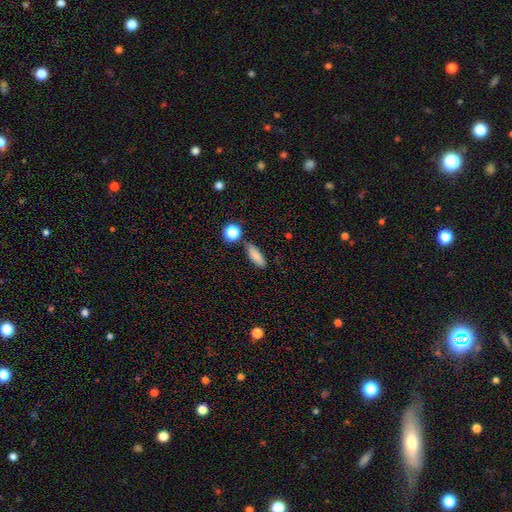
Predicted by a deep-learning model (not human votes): Morphology: type=smooth (84%); roundness=in between (61%); merging=none (78%).